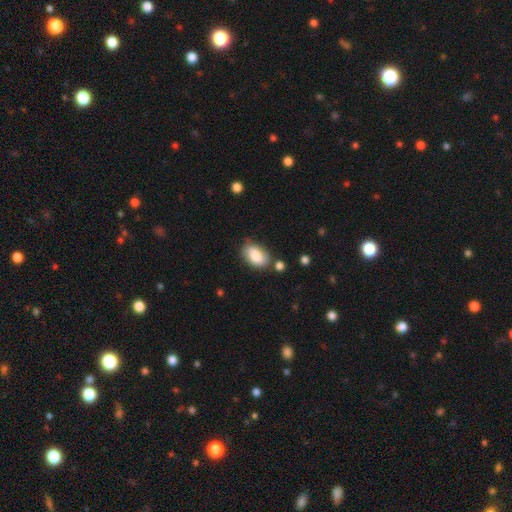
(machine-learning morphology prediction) This is clearly a smooth galaxy (84%). How rounded: clearly in between (92%). Merging: likely none (70%).